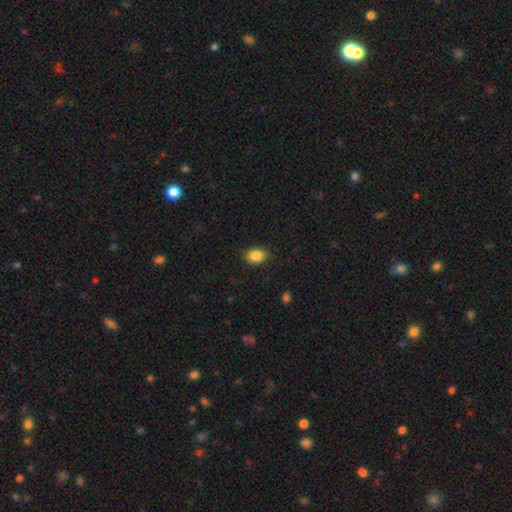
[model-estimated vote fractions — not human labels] smooth 87%, star or artifact 9%, featured or disk 4%. Down the decision tree: how rounded — in between (72%); merging — none (87%).